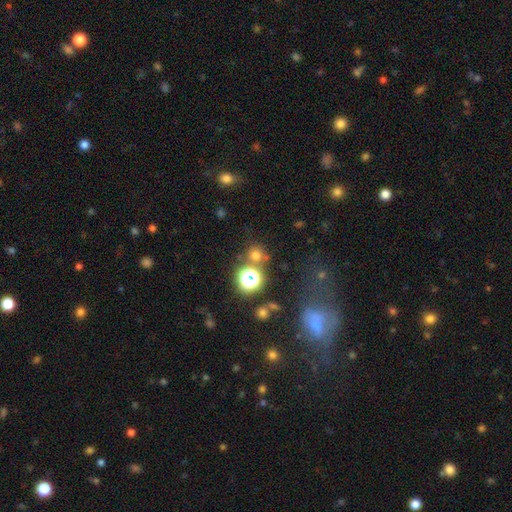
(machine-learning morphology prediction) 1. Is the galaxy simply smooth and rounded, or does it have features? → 64% smooth, 29% star or artifact, 7% featured or disk.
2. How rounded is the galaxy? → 91% round, 8% in between, 1% cigar-shaped.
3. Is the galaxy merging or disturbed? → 75% none, 13% merger, 8% minor disturbance, 4% major disturbance.